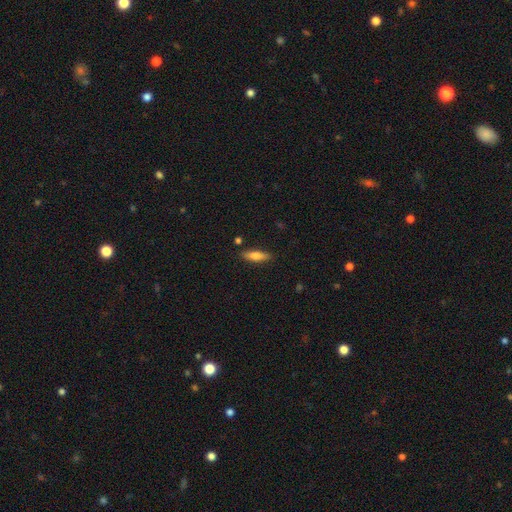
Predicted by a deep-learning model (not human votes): Smooth or featured? Predicted: smooth (p=0.73). How rounded? Predicted: cigar-shaped (p=0.54). Merging? Predicted: none (p=0.84).